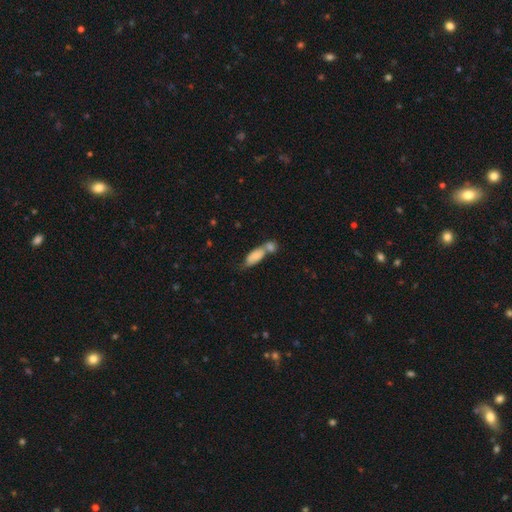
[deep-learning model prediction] Smooth or featured: smooth — 76% (featured or disk — 17%)
How rounded: in between — 75% (cigar-shaped — 22%)
Merging: merger — 57% (none — 27%)